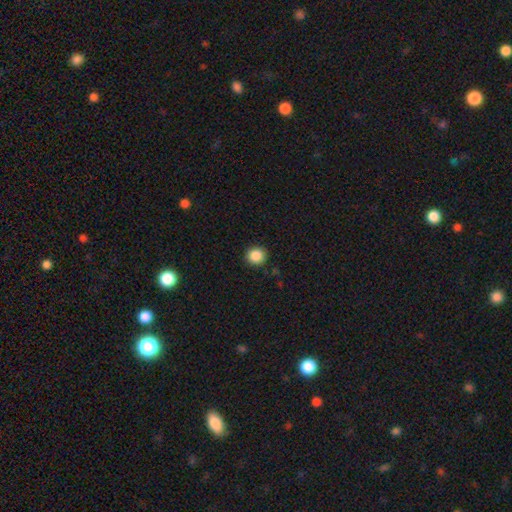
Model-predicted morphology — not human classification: smooth_or_featured: smooth (p=0.87) [alt: star or artifact p=0.10]
how_rounded: round (p=0.90) [alt: in between p=0.09]
merging: none (p=0.91) [alt: minor disturbance p=0.06]